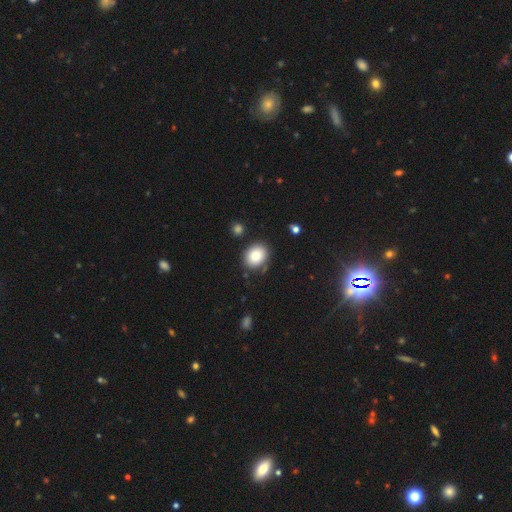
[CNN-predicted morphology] Smooth or featured? smooth (81%)
How rounded? round (62%)
Merging? none (83%)